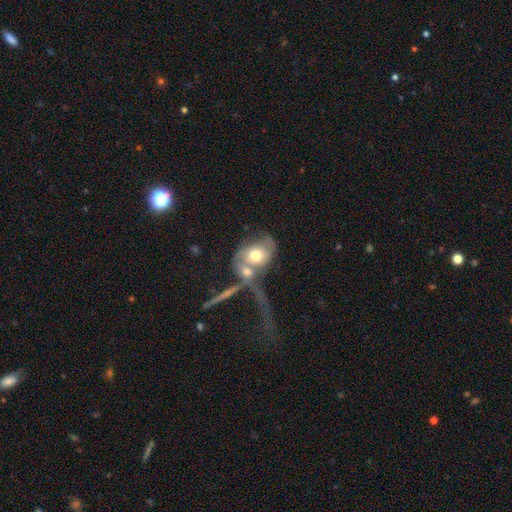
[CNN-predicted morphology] A featured or disk galaxy (51%).

Vote fractions:
- Smooth or featured? featured or disk: 51% / smooth: 41% / star or artifact: 8%
- Edge-on disk? no: 92% / yes: 8%
- Merging? merger: 53% / major disturbance: 20% / none: 18% / minor disturbance: 9%